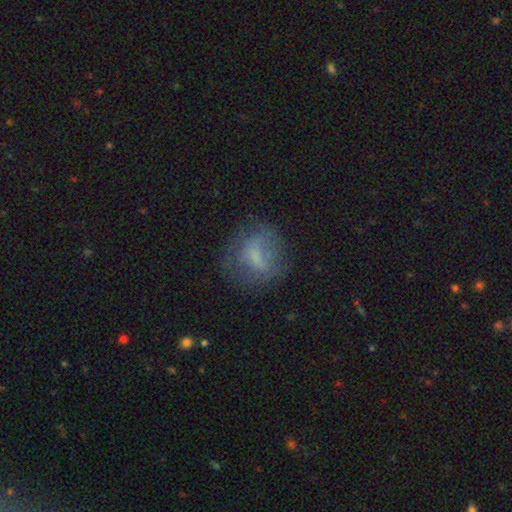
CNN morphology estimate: smooth 51%, featured or disk 37%, star or artifact 12%. Down the decision tree: how rounded — round (66%); merging — none (61%).